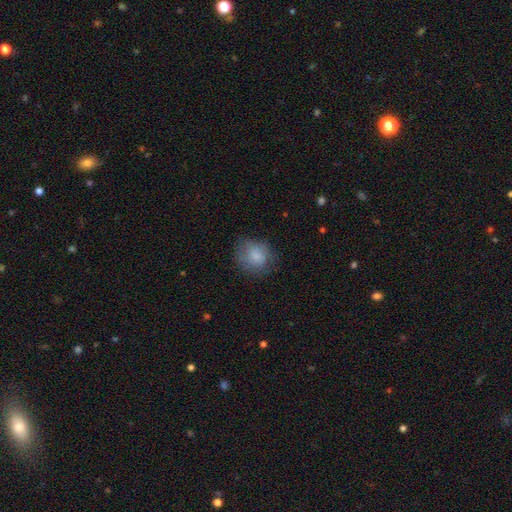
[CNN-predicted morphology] Q: Smooth or featured?
A: smooth (80%); runner-up: featured or disk (12%)
Q: How rounded?
A: round (73%); runner-up: in between (26%)
Q: Merging?
A: none (68%); runner-up: minor disturbance (22%)